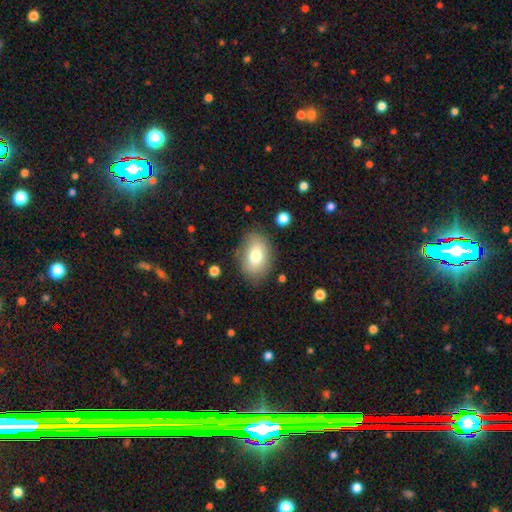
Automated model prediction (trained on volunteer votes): A smooth galaxy with no disk features (73%) that is in between round and cigar-shaped (80%).

Vote fractions:
- Smooth or featured? smooth: 73% / featured or disk: 18% / star or artifact: 8%
- How rounded? in between: 80% / round: 19% / cigar-shaped: 1%
- Merging? none: 78% / minor disturbance: 15% / major disturbance: 5% / merger: 2%